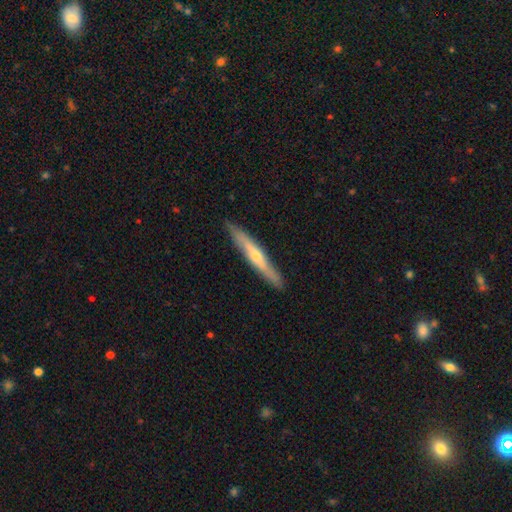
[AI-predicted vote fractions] Smooth or featured: featured or disk — 63% (smooth — 30%)
Edge-on disk: yes — 90% (no — 10%)
Edge-on bulge: rounded — 78% (none — 20%)
Merging: none — 89% (minor disturbance — 8%)